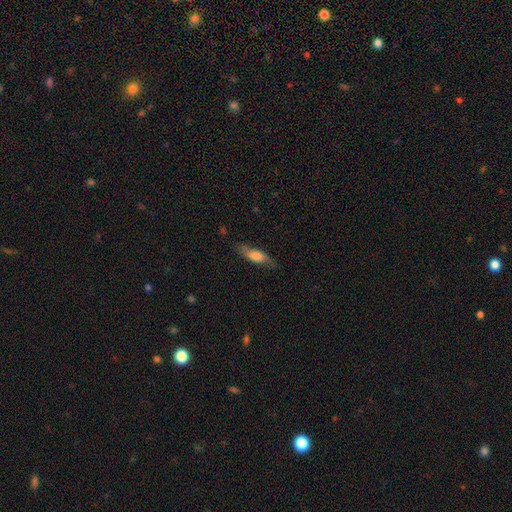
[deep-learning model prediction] Morphology: type=smooth (65%); roundness=in between (56%); merging=none (69%).